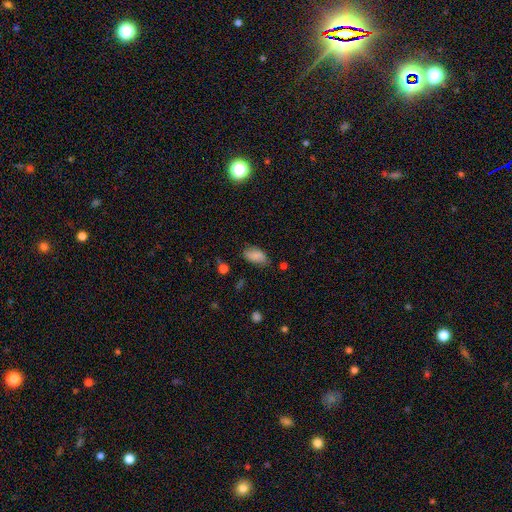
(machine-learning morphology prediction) smooth 85%, star or artifact 9%, featured or disk 7%. Down the decision tree: how rounded — in between (93%); merging — none (72%).